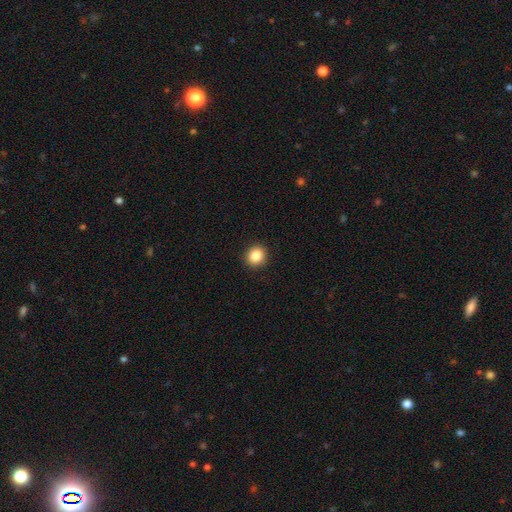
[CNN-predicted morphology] smooth 87%, star or artifact 9%, featured or disk 4%. Down the decision tree: how rounded — round (83%); merging — none (92%).